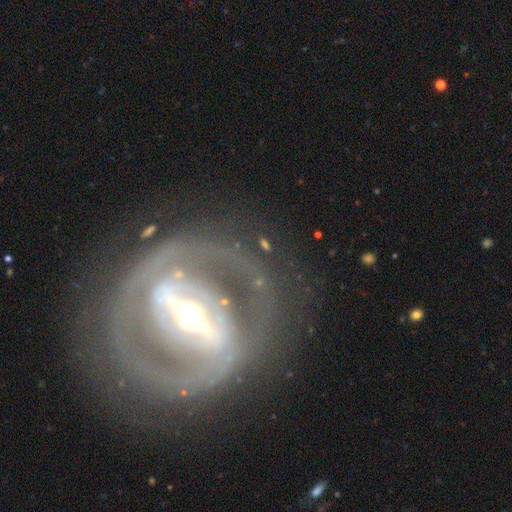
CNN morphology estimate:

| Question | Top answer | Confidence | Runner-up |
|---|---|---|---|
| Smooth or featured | featured or disk | 88% | smooth (7%) |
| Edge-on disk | no | 91% | yes (9%) |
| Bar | strong | 78% | weak (15%) |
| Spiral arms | yes | 71% | no (29%) |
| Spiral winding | tight | 60% | medium (30%) |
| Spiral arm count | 2 | 62% | can't tell (21%) |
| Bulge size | moderate | 60% | small (24%) |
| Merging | none | 76% | minor disturbance (12%) |